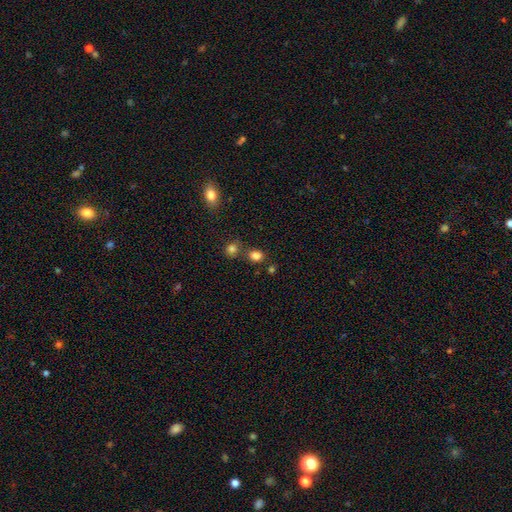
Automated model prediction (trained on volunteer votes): smooth 82%, star or artifact 13%, featured or disk 4%. Down the decision tree: how rounded — round (55%); merging — none (68%).